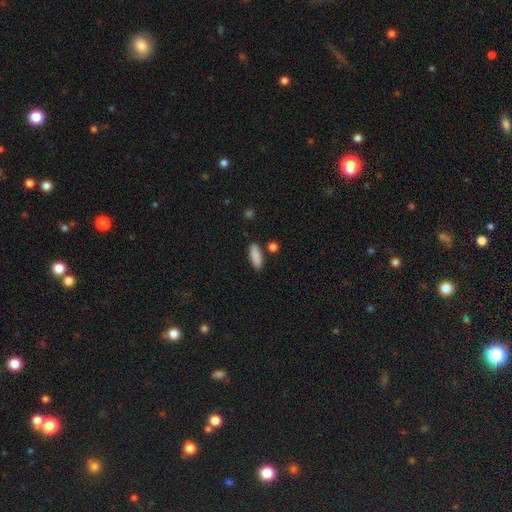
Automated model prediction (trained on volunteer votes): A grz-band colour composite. It shows a smooth galaxy with no disk features (89%) that is in between round and cigar-shaped (72%). Merging: none (83%).